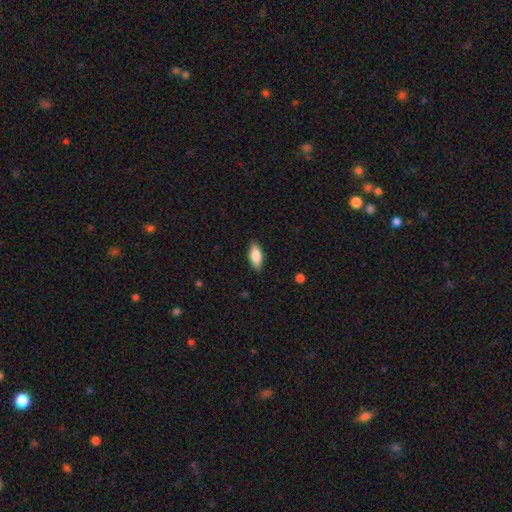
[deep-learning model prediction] Smooth or featured: smooth — 83% (featured or disk — 11%)
How rounded: in between — 81% (cigar-shaped — 16%)
Merging: none — 89% (minor disturbance — 9%)